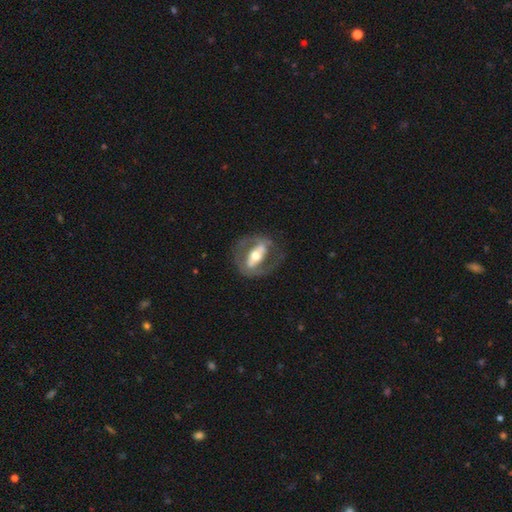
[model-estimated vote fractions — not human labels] This appears to be a featured or disk galaxy (75%) with a strong bar (58%), no spiral arms (54%) and a moderate central bulge (68%). Merging: none (67%).